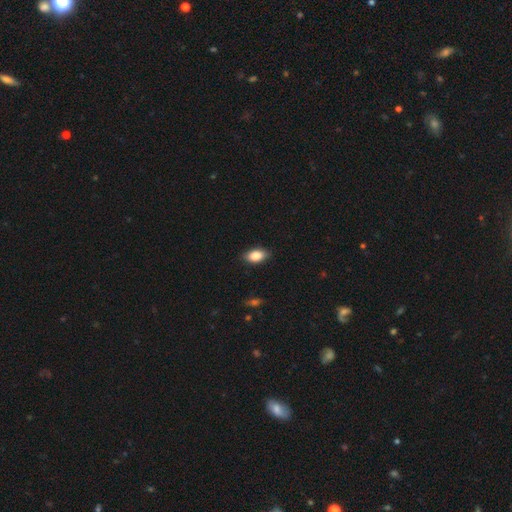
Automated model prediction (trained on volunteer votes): Morphology: type=smooth (86%); roundness=in between (90%); merging=none (85%).